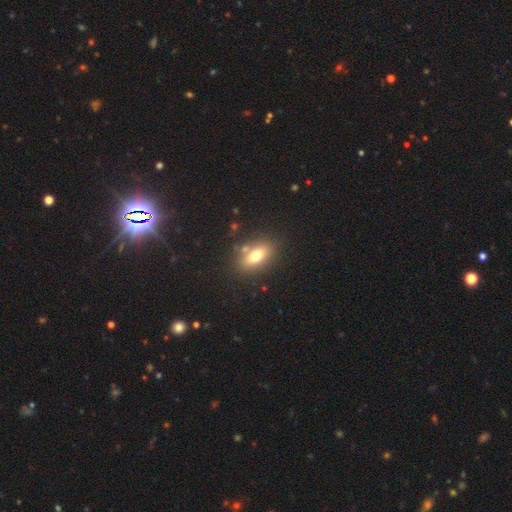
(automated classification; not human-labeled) smooth_or_featured: smooth (p=0.72) [alt: featured or disk p=0.17]
how_rounded: in between (p=0.82) [alt: round p=0.12]
merging: none (p=0.78) [alt: minor disturbance p=0.11]